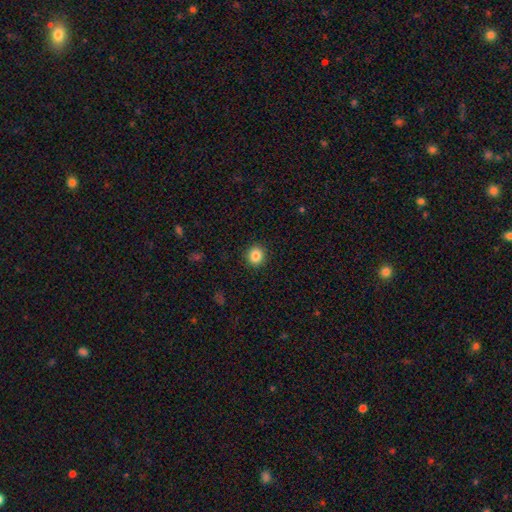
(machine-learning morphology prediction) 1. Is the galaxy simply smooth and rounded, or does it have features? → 85% smooth, 10% star or artifact, 5% featured or disk.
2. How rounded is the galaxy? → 86% round, 13% in between, 1% cigar-shaped.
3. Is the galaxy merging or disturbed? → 92% none, 5% minor disturbance, 2% major disturbance, 1% merger.